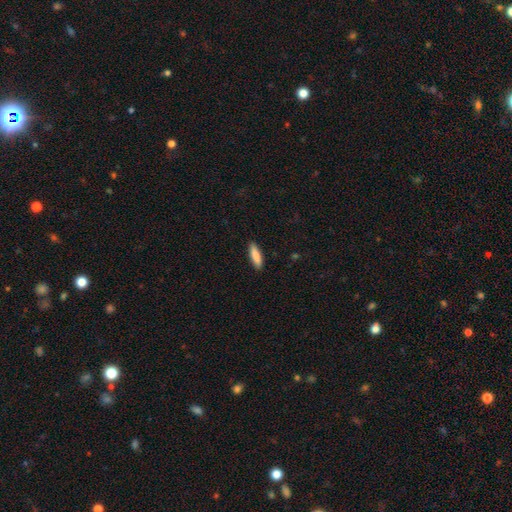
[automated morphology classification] Smooth or featured: smooth — 87% (featured or disk — 8%)
How rounded: cigar-shaped — 67% (in between — 32%)
Merging: none — 90% (minor disturbance — 7%)